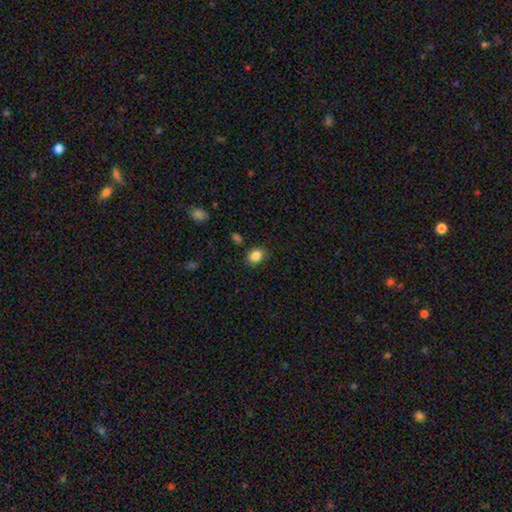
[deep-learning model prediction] This appears to be a smooth galaxy with no disk features (85%) that is in between round and cigar-shaped (59%). Merging: none (85%).